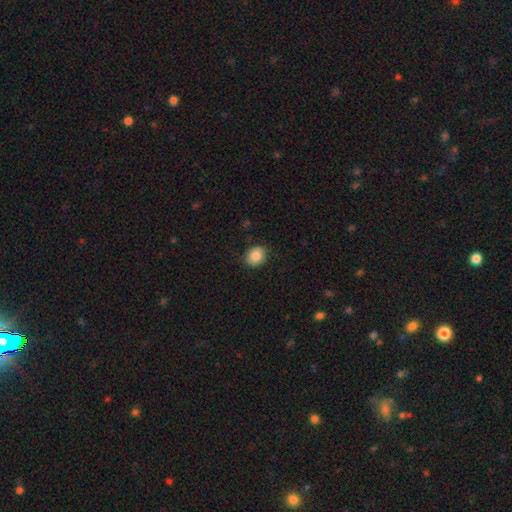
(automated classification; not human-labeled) This appears to be a smooth galaxy with no disk features (84%) that is round (56%). Merging: none (85%).